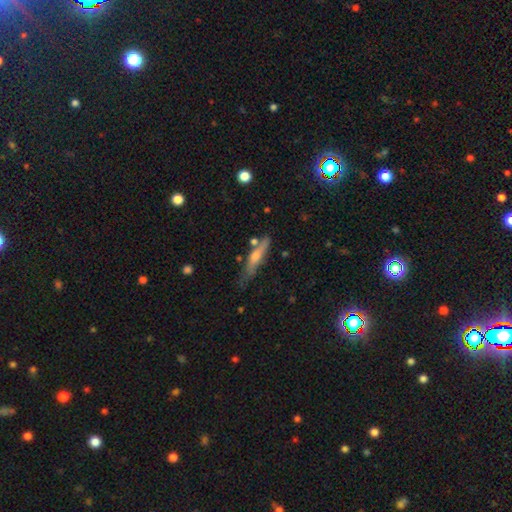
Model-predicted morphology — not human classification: type=featured or disk (51%); edge-on=yes (86%); merging=none (63%).